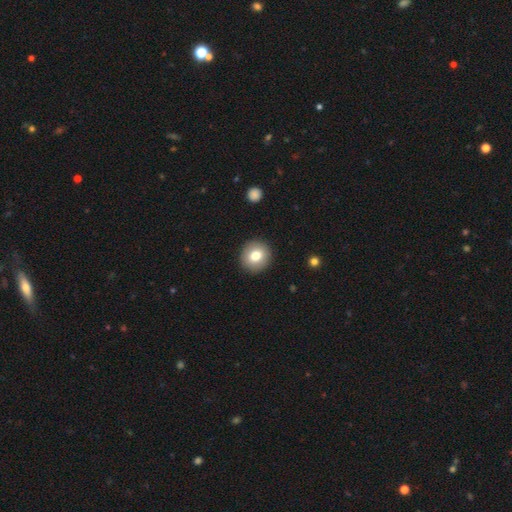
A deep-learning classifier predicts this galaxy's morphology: The model was most divided on "smooth or featured": smooth: 78%, featured or disk: 13%, star or artifact: 9%. More confident: merging — none (91%); how rounded — round (91%).